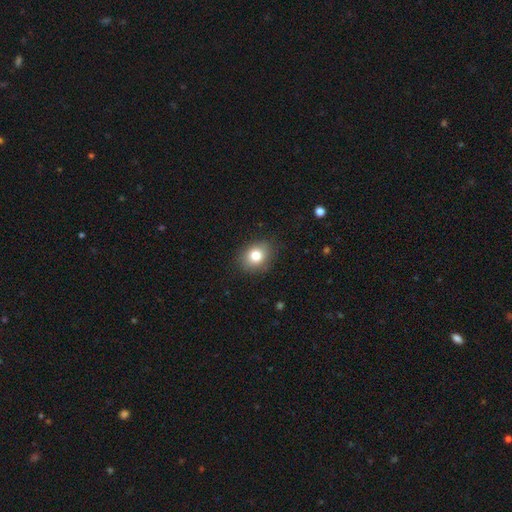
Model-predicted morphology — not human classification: smooth 79%, featured or disk 11%, star or artifact 11%. Down the decision tree: how rounded — round (51%); merging — none (86%).